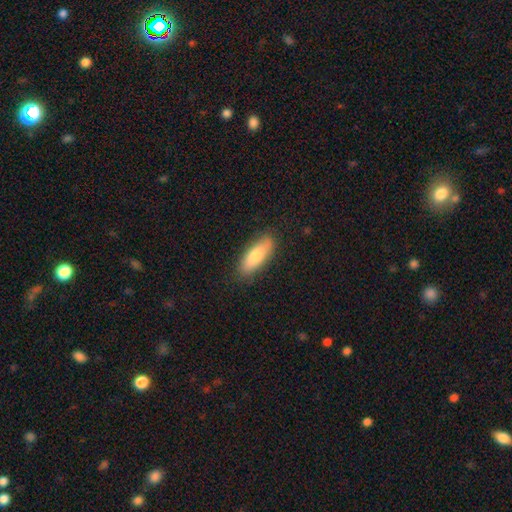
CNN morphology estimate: smooth_or_featured: smooth (p=0.79) [alt: featured or disk p=0.15]
how_rounded: in between (p=0.61) [alt: cigar-shaped p=0.37]
merging: none (p=0.86) [alt: minor disturbance p=0.11]